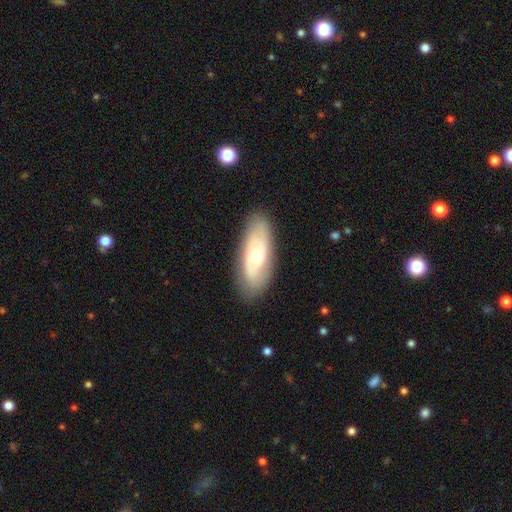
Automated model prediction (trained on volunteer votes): smooth_or_featured: featured or disk (p=0.52) [alt: smooth p=0.42]
disk_edge_on: no (p=0.84) [alt: yes p=0.16]
merging: none (p=0.83) [alt: minor disturbance p=0.13]